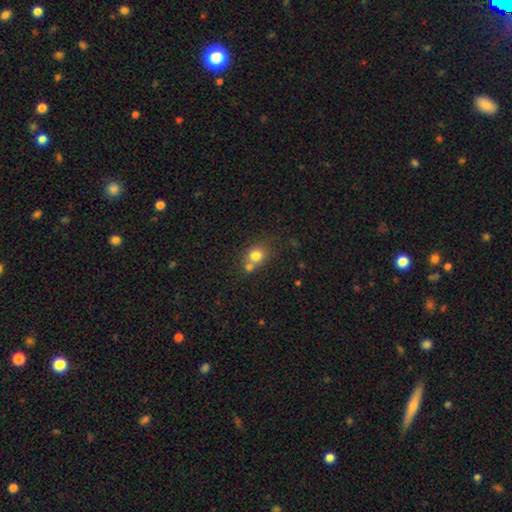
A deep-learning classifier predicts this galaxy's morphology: smooth_or_featured: smooth (p=0.77) [alt: star or artifact p=0.12]
how_rounded: round (p=0.73) [alt: in between p=0.26]
merging: none (p=0.49) [alt: merger p=0.38]